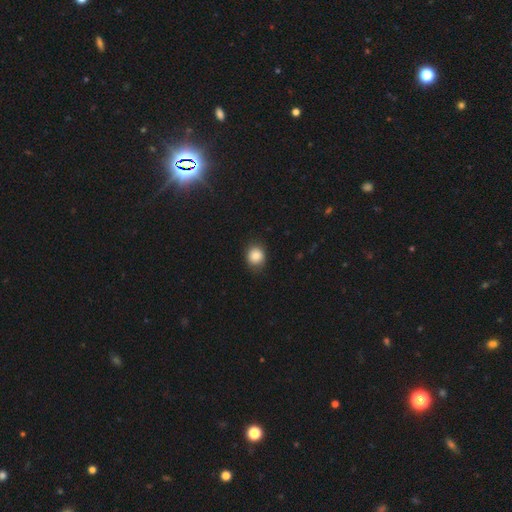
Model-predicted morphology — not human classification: Q: Smooth or featured?
A: smooth (85%); runner-up: star or artifact (9%)
Q: How rounded?
A: round (76%); runner-up: in between (24%)
Q: Merging?
A: none (79%); runner-up: minor disturbance (17%)